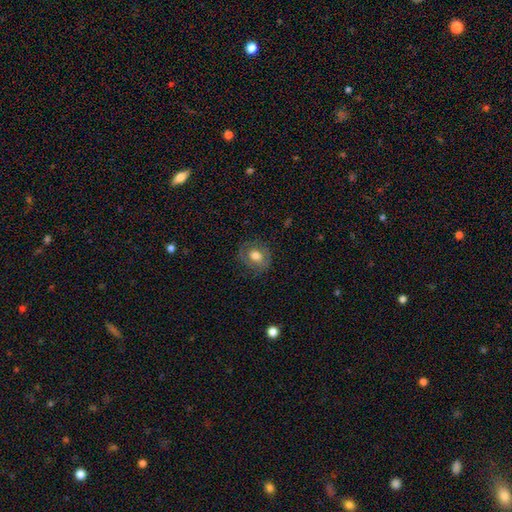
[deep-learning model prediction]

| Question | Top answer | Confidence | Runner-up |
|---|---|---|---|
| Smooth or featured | smooth | 59% | featured or disk (32%) |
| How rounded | round | 59% | in between (40%) |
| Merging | none | 75% | minor disturbance (16%) |